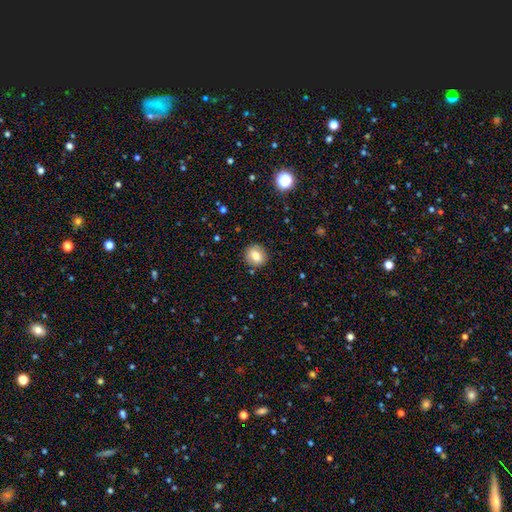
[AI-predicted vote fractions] Smooth or featured? Predicted: smooth (p=0.77). How rounded? Predicted: round (p=0.80). Merging? Predicted: none (p=0.87).